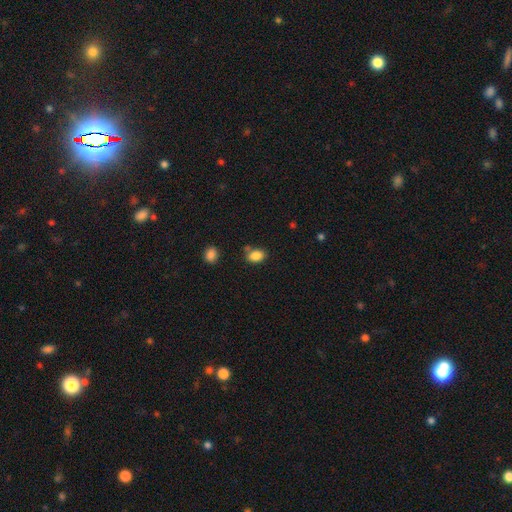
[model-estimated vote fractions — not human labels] This is clearly a smooth galaxy (86%). How rounded: clearly in between (81%). Merging: likely none (68%).